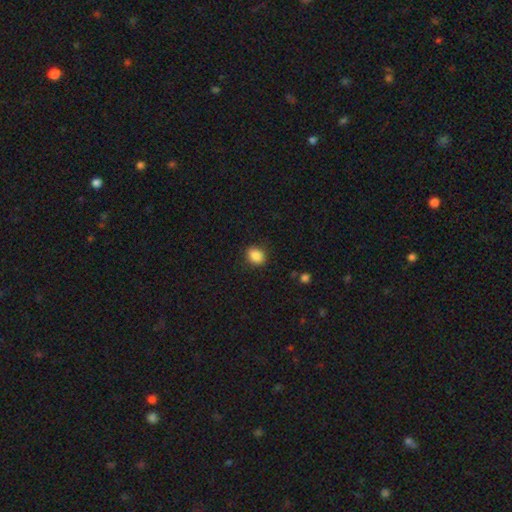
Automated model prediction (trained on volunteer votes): Morphology: type=smooth (87%); roundness=in between (60%); merging=none (86%).